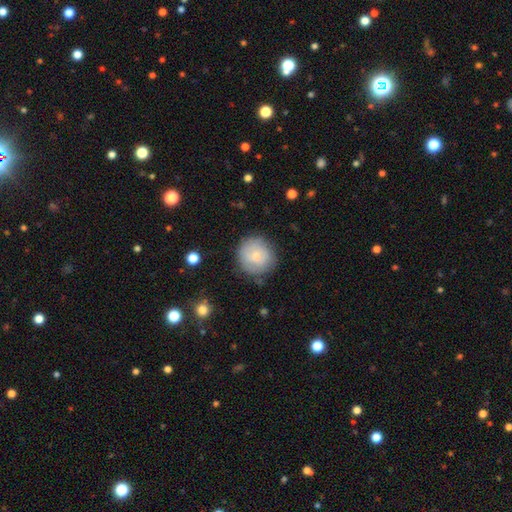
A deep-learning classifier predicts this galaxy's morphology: This is likely a smooth galaxy (64%). How rounded: clearly round (92%). Merging: likely none (78%).